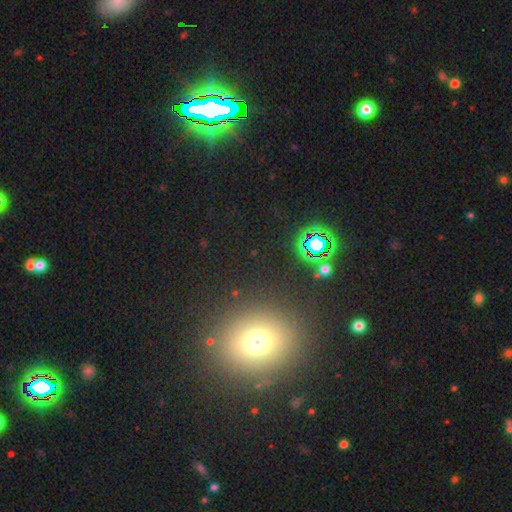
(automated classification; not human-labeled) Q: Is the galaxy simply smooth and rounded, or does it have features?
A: smooth — 48%.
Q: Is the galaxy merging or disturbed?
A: none — 89%.